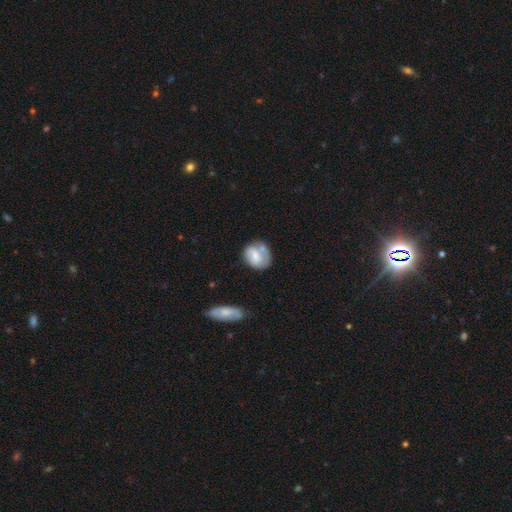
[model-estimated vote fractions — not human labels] A smooth galaxy with no disk features (60%) that is round (56%).

Vote fractions:
- Smooth or featured? smooth: 60% / featured or disk: 33% / star or artifact: 7%
- How rounded? round: 56% / in between: 43% / cigar-shaped: 1%
- Merging? none: 45% / minor disturbance: 24% / merger: 21% / major disturbance: 10%